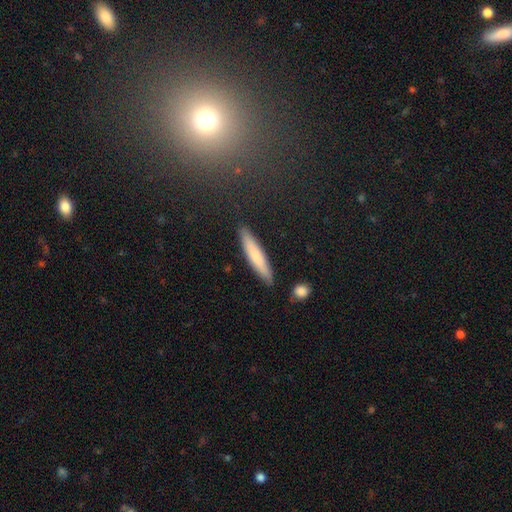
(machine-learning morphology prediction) The model was most divided on "smooth or featured": smooth: 71%, featured or disk: 23%, star or artifact: 6%. More confident: how rounded — cigar-shaped (90%); merging — none (88%).